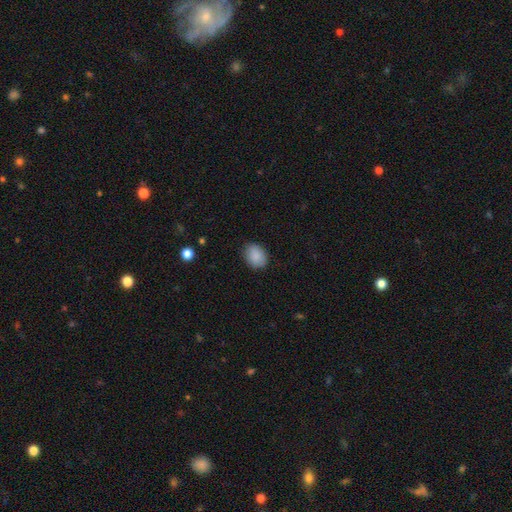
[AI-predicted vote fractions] Smooth or featured? Predicted: smooth (p=0.89). How rounded? Predicted: in between (p=0.60). Merging? Predicted: none (p=0.85).